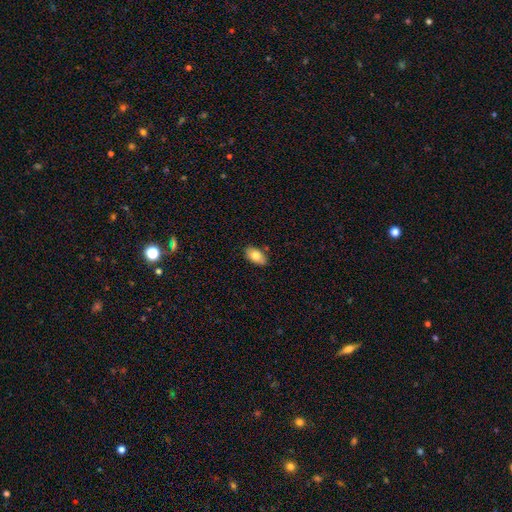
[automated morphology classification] smooth-or-featured: smooth: 78% | featured or disk: 15% | star or artifact: 7%
  how-rounded: in between: 92% | round: 5% | cigar-shaped: 3%
  merging: none: 85% | minor disturbance: 12% | major disturbance: 2% | merger: 2%